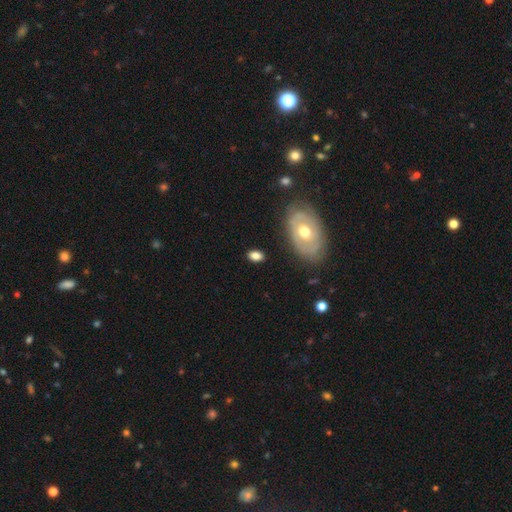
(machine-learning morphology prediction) smooth_or_featured: smooth (p=0.76) [alt: featured or disk p=0.16]
how_rounded: in between (p=0.84) [alt: round p=0.14]
merging: none (p=0.81) [alt: minor disturbance p=0.13]